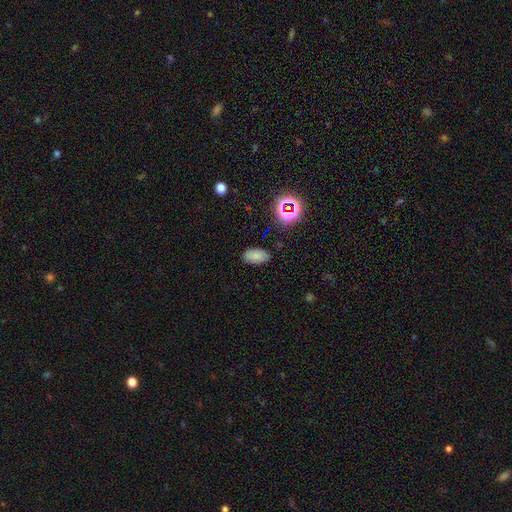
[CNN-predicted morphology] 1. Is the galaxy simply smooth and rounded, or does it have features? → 78% smooth, 15% star or artifact, 7% featured or disk.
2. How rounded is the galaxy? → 93% in between, 4% round, 2% cigar-shaped.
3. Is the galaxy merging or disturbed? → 84% none, 12% minor disturbance, 3% major disturbance, 1% merger.